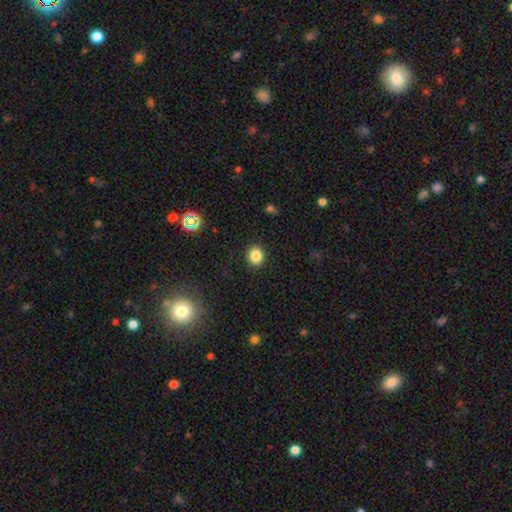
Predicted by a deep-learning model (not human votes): Smooth or featured?
  - smooth: 84% *
  - star or artifact: 11%
  - featured or disk: 5%
How rounded?
  - round: 61% *
  - in between: 38%
  - cigar-shaped: 1%
Merging?
  - none: 90% *
  - minor disturbance: 7%
  - major disturbance: 2%
  - merger: 1%